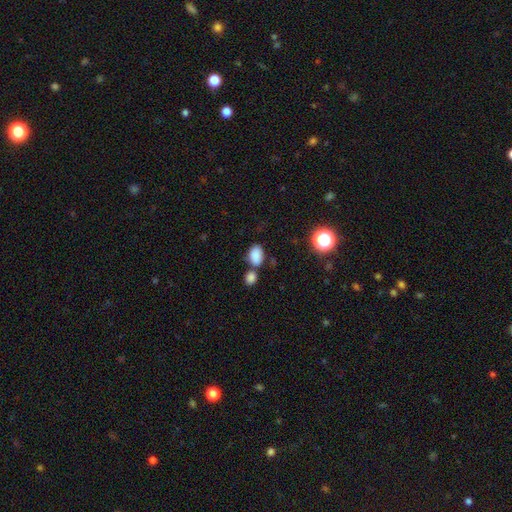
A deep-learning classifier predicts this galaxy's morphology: This is clearly a smooth galaxy (85%). How rounded: clearly in between (85%). Merging: possibly none (56%).